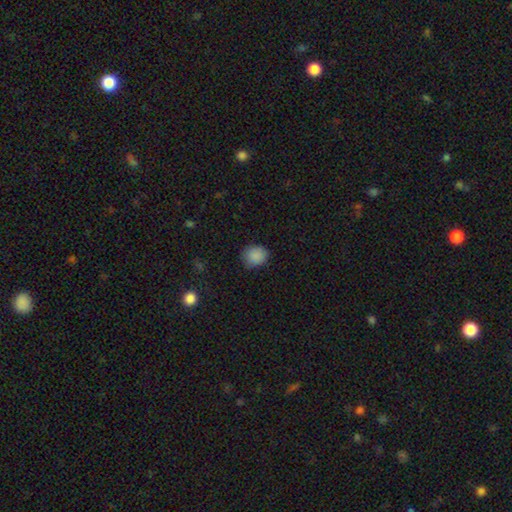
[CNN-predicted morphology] This appears to be a smooth galaxy with no disk features (87%) that is round (74%). Merging: none (83%).